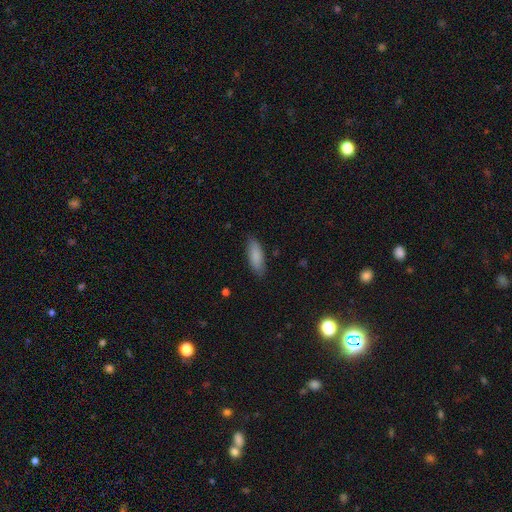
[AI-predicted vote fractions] Overall: smooth (87%). How rounded: in between (66%; cigar-shaped 32%). Merging: none (84%).